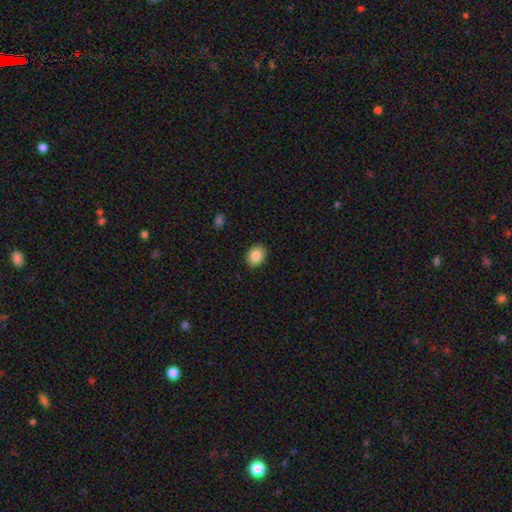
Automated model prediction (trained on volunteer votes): A smooth galaxy with no disk features (85%) that is in between round and cigar-shaped (52%).

Vote fractions:
- Smooth or featured? smooth: 85% / star or artifact: 8% / featured or disk: 6%
- How rounded? in between: 52% / round: 47% / cigar-shaped: 1%
- Merging? none: 90% / minor disturbance: 7% / major disturbance: 2% / merger: 1%